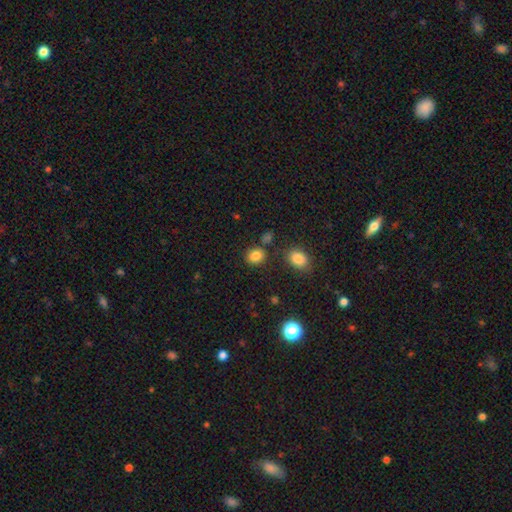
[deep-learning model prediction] This appears to be a smooth galaxy with no disk features (83%) that is round (60%). Merging: none (78%).